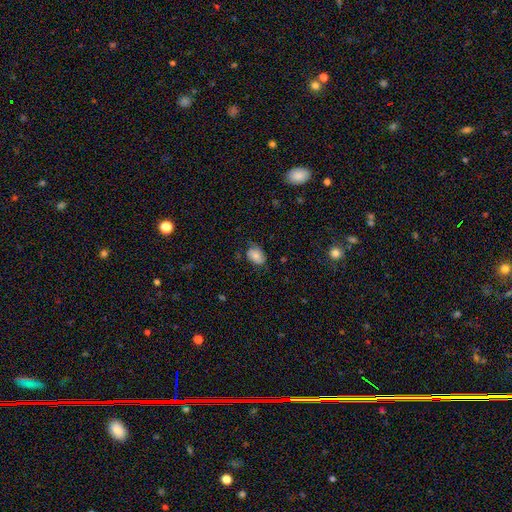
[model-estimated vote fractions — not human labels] Smooth or featured: smooth — 75% (featured or disk — 16%)
How rounded: in between — 81% (round — 18%)
Merging: none — 62% (minor disturbance — 29%)